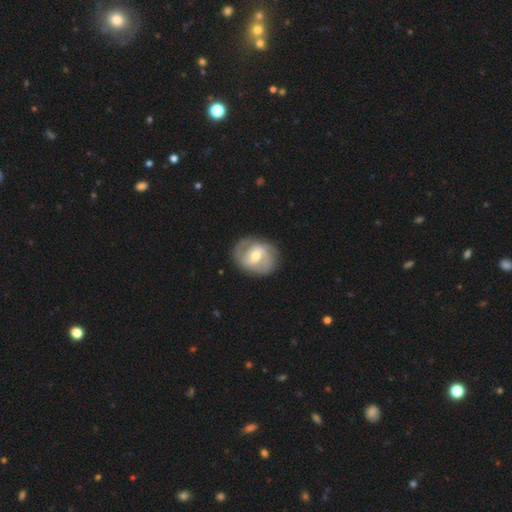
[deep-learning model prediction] Smooth or featured?
  - featured or disk: 79% *
  - smooth: 17%
  - star or artifact: 5%
Edge-on disk?
  - no: 97% *
  - yes: 3%
Bar?
  - weak: 51% *
  - no: 29%
  - strong: 20%
Spiral arms?
  - yes: 91% *
  - no: 9%
Spiral winding?
  - medium: 43% *
  - tight: 41%
  - loose: 16%
Spiral arm count?
  - 2: 60% *
  - can't tell: 16%
  - 3: 15%
  - 1: 4%
  - 4: 3%
  - more than 4: 3%
Bulge size?
  - moderate: 66% *
  - small: 27%
  - large: 5%
  - none: 1%
  - dominant: 1%
Merging?
  - none: 78% *
  - minor disturbance: 15%
  - major disturbance: 6%
  - merger: 1%